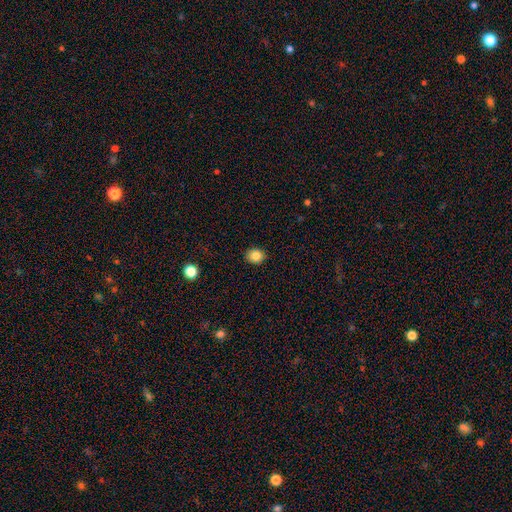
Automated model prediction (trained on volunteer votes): A smooth galaxy with no disk features (84%) that is round (72%).

Vote fractions:
- Smooth or featured? smooth: 84% / star or artifact: 10% / featured or disk: 5%
- How rounded? round: 72% / in between: 28% / cigar-shaped: 1%
- Merging? none: 91% / minor disturbance: 7% / major disturbance: 2% / merger: 1%